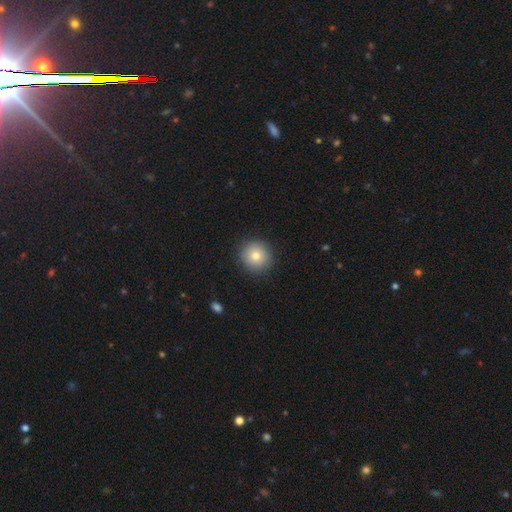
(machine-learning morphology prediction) This is likely a smooth galaxy (79%). How rounded: clearly round (93%). Merging: clearly none (90%).